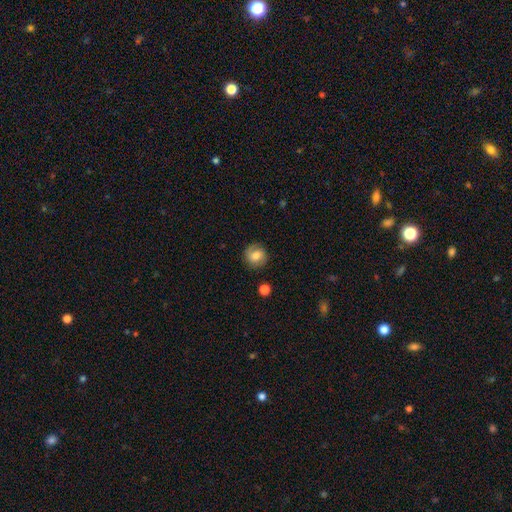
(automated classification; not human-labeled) The model was most divided on "smooth or featured": smooth: 67%, featured or disk: 24%, star or artifact: 9%. More confident: how rounded — round (87%); merging — none (85%).